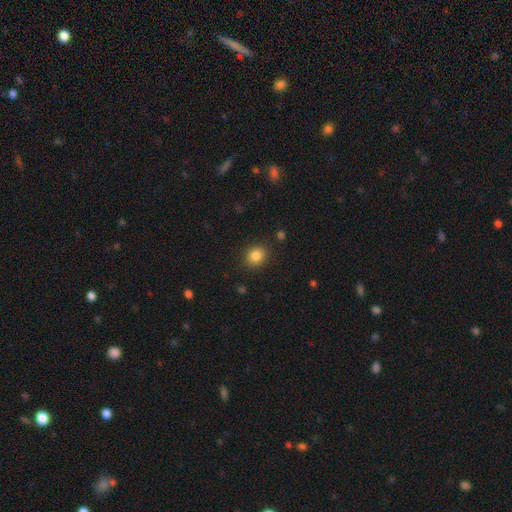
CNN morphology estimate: A smooth galaxy with no disk features (84%) that is round (73%). Merging: none (88%).